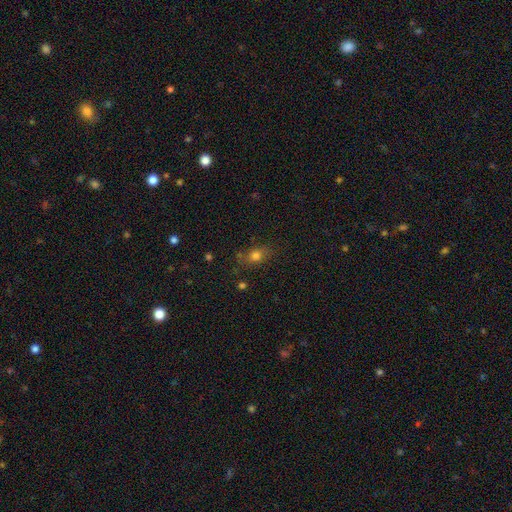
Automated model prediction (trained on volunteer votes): Smooth or featured? Predicted: smooth (p=0.74). How rounded? Predicted: in between (p=0.54). Merging? Predicted: none (p=0.73).